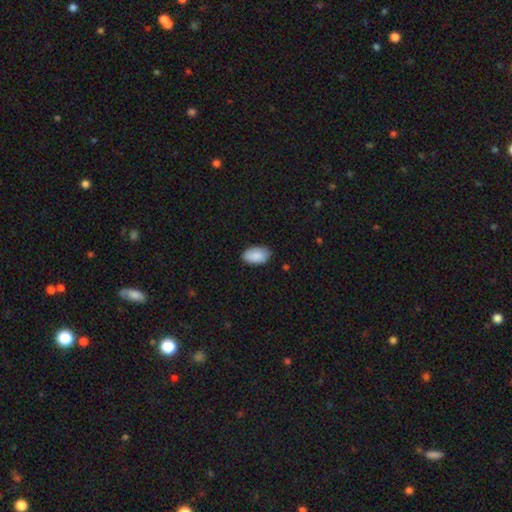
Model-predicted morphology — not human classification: This is clearly a smooth galaxy (89%). How rounded: clearly in between (94%). Merging: clearly none (81%).